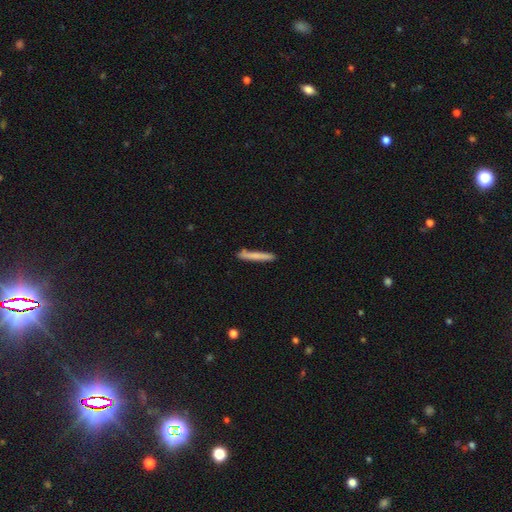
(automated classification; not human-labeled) smooth-or-featured: smooth: 72% | featured or disk: 22% | star or artifact: 6%
  how-rounded: cigar-shaped: 96% | in between: 2% | round: 1%
  merging: none: 85% | minor disturbance: 11% | merger: 2% | major disturbance: 2%